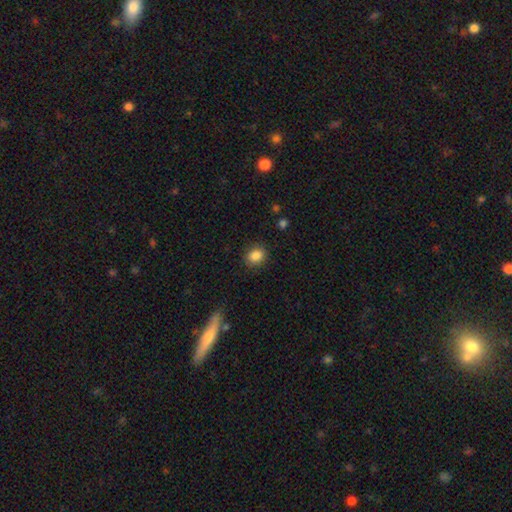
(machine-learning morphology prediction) A smooth galaxy with no disk features (86%) that is round (58%).

Vote fractions:
- Smooth or featured? smooth: 86% / star or artifact: 9% / featured or disk: 5%
- How rounded? round: 58% / in between: 41% / cigar-shaped: 1%
- Merging? none: 87% / minor disturbance: 9% / major disturbance: 3% / merger: 1%